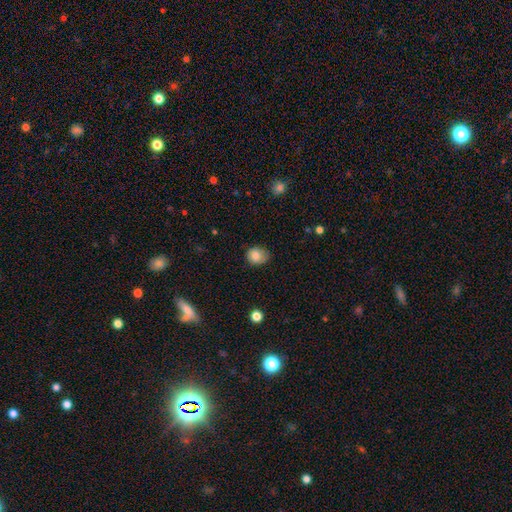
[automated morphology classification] This is clearly a smooth galaxy (83%). How rounded: likely round (63%). Merging: likely none (65%).